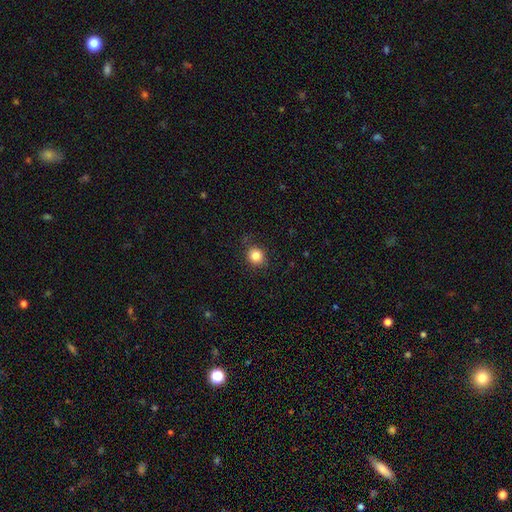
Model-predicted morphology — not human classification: Smooth or featured: smooth — 83% (star or artifact — 11%)
How rounded: round — 84% (in between — 15%)
Merging: none — 84% (minor disturbance — 12%)